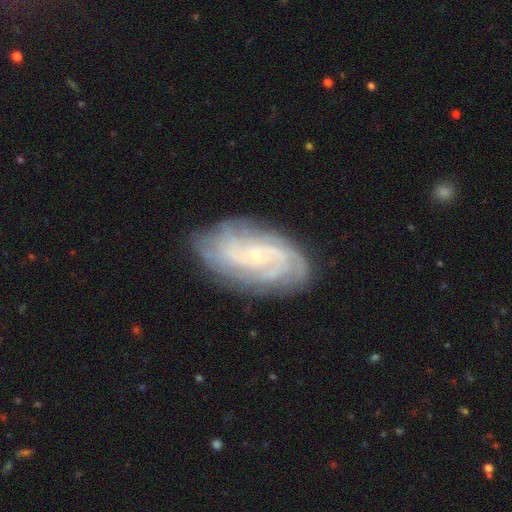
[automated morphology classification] This appears to be a featured or disk galaxy (82%) with no bar (67%), tight (66%) spiral arms (96%) and a small central bulge (82%). Merging: none (79%).